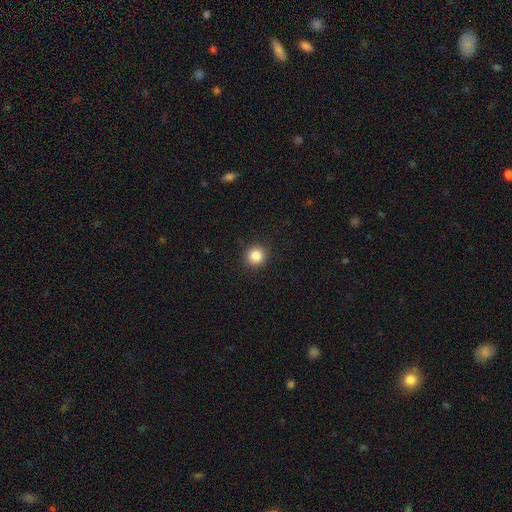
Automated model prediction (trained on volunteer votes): smooth 86%, star or artifact 10%, featured or disk 4%. Down the decision tree: how rounded — round (92%); merging — none (92%).